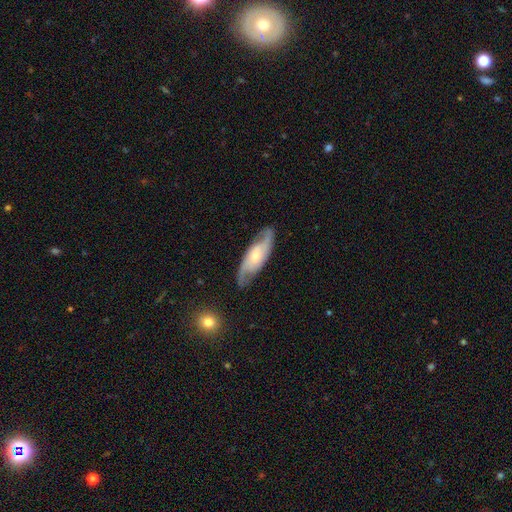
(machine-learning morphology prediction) A featured or disk galaxy (77%) with no bar (57%), 2 (88%) medium (45%) spiral arms (93%) and a small central bulge (52%). Merging: none (78%).